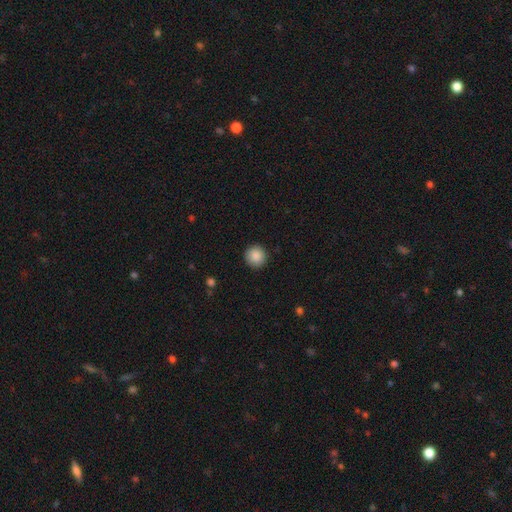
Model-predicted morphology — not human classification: This appears to be a smooth galaxy with no disk features (89%) that is round (95%). Merging: none (92%).